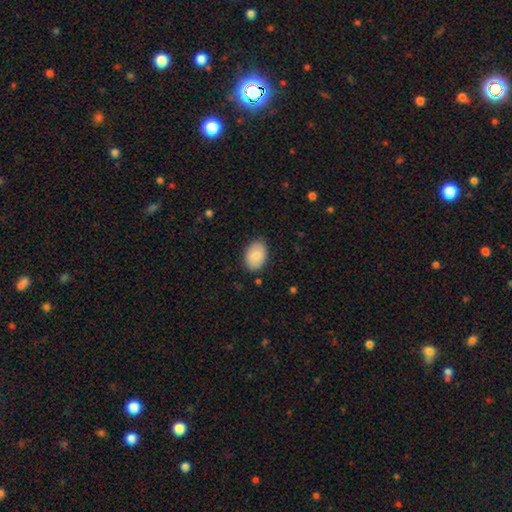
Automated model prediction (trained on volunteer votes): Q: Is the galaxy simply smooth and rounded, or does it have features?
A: smooth — 81%.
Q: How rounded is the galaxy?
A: in between — 85%.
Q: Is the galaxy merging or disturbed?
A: none — 84%.